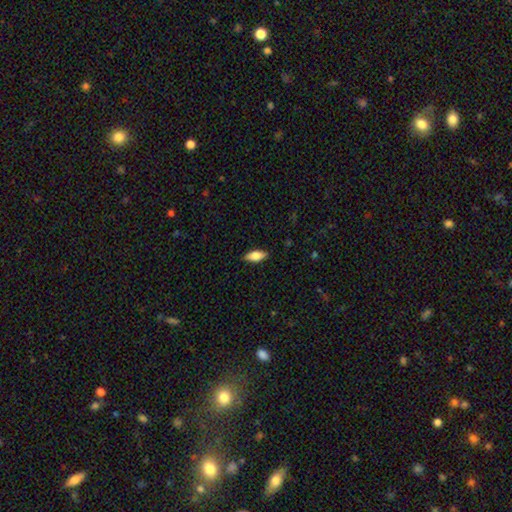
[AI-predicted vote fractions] Morphology: type=smooth (78%); roundness=in between (81%); merging=none (88%).